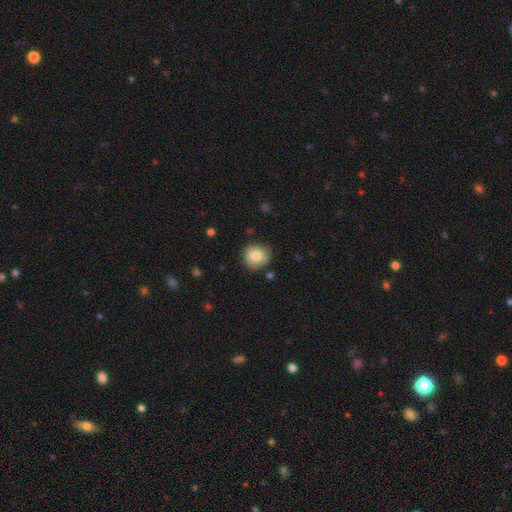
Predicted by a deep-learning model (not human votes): Smooth or featured? Predicted: smooth (p=0.80). How rounded? Predicted: round (p=0.86). Merging? Predicted: none (p=0.80).